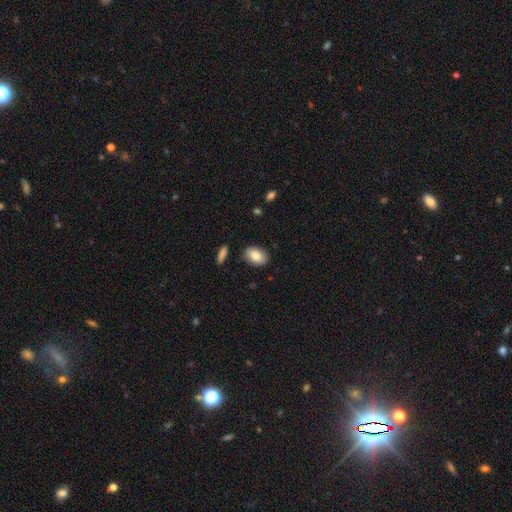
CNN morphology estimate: Smooth or featured: smooth — 83% (featured or disk — 10%)
How rounded: in between — 85% (round — 13%)
Merging: none — 82% (minor disturbance — 13%)